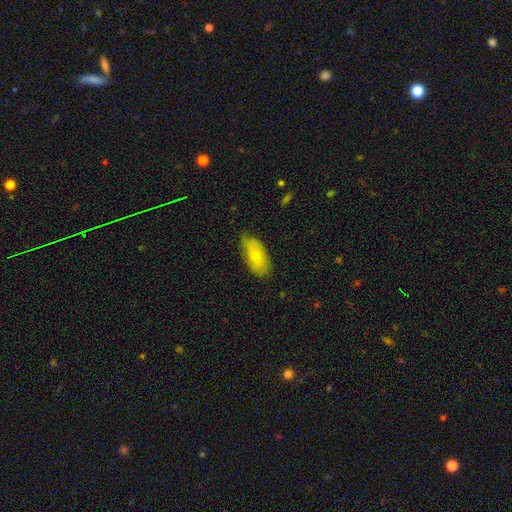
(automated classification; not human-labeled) smooth_or_featured: smooth (p=0.67) [alt: featured or disk p=0.25]
how_rounded: in between (p=0.87) [alt: cigar-shaped p=0.09]
merging: none (p=0.74) [alt: minor disturbance p=0.21]